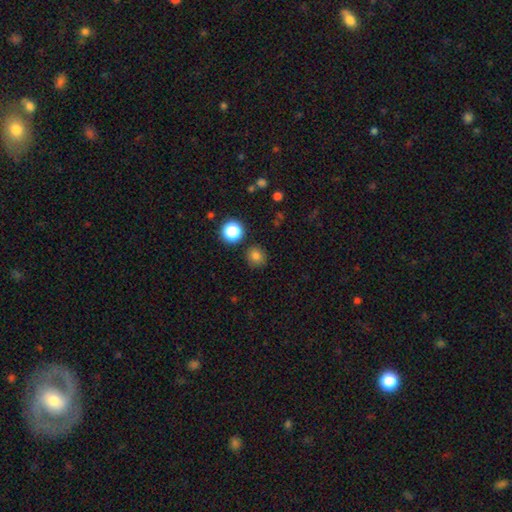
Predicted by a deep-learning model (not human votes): smooth_or_featured: smooth (p=0.79) [alt: star or artifact p=0.16]
how_rounded: round (p=0.90) [alt: in between p=0.09]
merging: none (p=0.87) [alt: minor disturbance p=0.08]